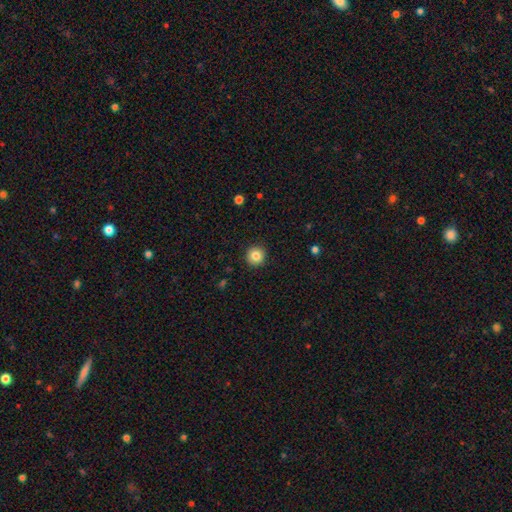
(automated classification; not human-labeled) Smooth or featured? Predicted: smooth (p=0.84). How rounded? Predicted: round (p=0.94). Merging? Predicted: none (p=0.92).